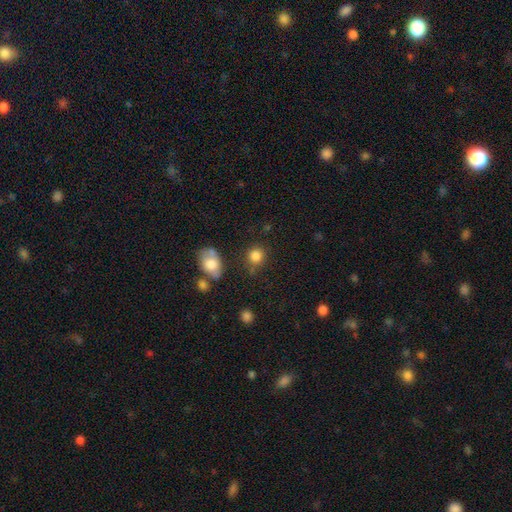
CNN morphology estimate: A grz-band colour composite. It shows a smooth galaxy with no disk features (84%) that is round (82%). Merging: none (75%).